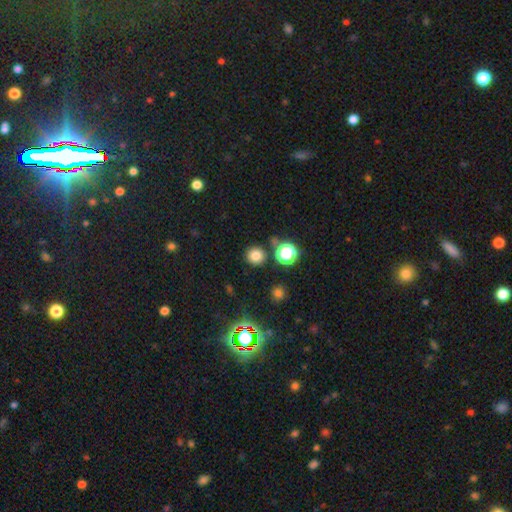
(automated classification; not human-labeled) A smooth galaxy with no disk features (77%) that is round (94%). Merging: none (85%).